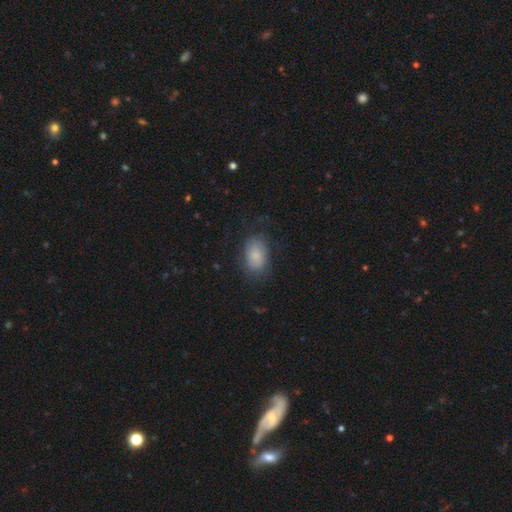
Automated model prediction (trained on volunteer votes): Morphology: type=smooth (77%); roundness=in between (87%); merging=none (70%).